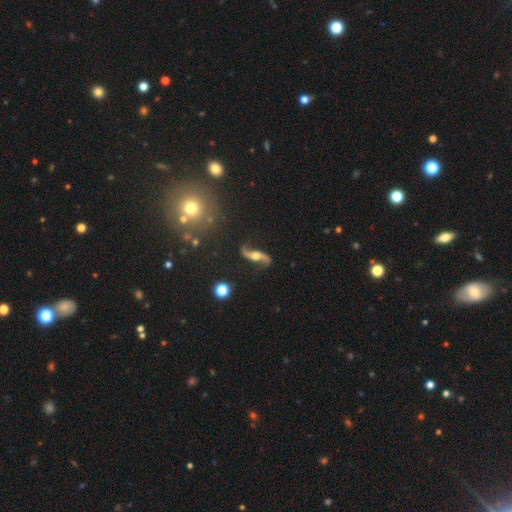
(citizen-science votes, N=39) Smooth or featured? 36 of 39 (92%) said featured or disk. Edge-on disk? 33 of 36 (92%) said no. Bar? 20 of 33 (61%) said no. Spiral arms? 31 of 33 (94%) said yes. Spiral winding? 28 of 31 (90%) said loose. Spiral arm count? 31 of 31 (100%) said 2. Bulge size? 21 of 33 (64%) said moderate. Merging? 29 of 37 (78%) said none.